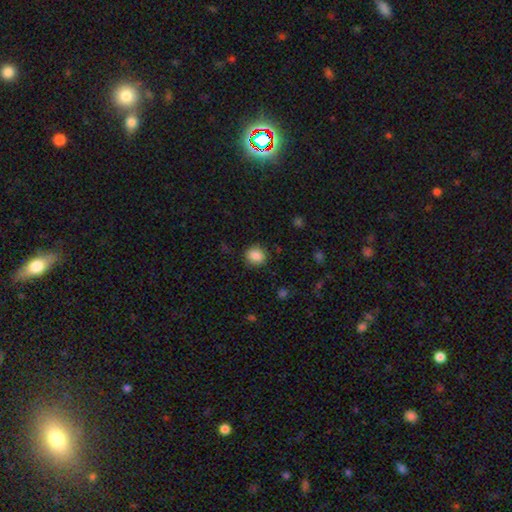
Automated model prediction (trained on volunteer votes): A smooth galaxy with no disk features (87%) that is round (80%). Merging: none (87%).